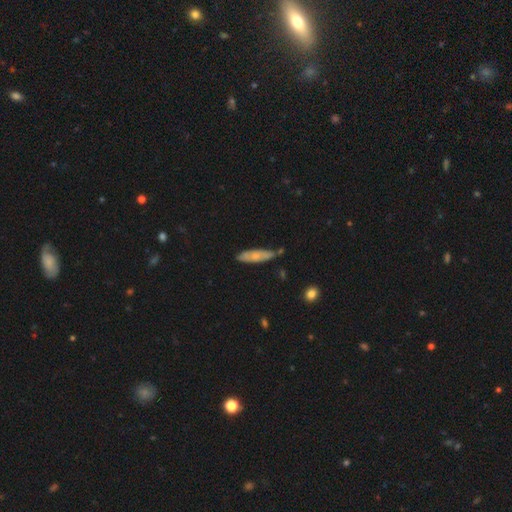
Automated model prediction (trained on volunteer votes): Overall: smooth (62%; featured or disk 31%). How rounded: cigar-shaped (65%; in between 33%). Merging: none (65%; minor disturbance 26%).